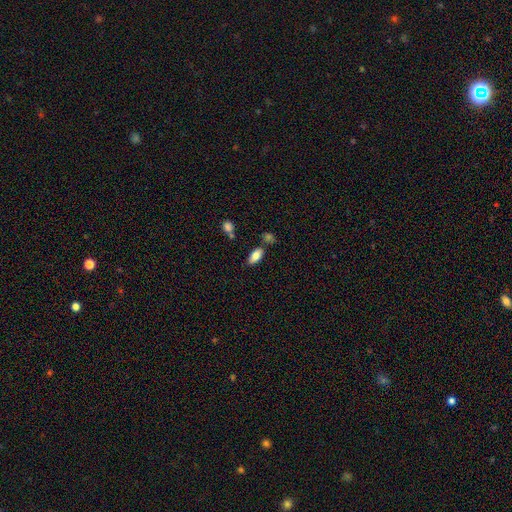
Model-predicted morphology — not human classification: Q: Smooth or featured?
A: smooth (81%); runner-up: featured or disk (11%)
Q: How rounded?
A: in between (89%); runner-up: cigar-shaped (9%)
Q: Merging?
A: none (75%); runner-up: minor disturbance (13%)